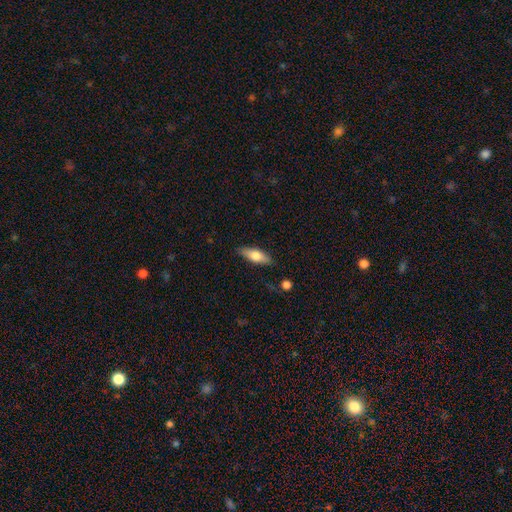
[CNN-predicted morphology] This appears to be a smooth galaxy with no disk features (66%) that is in between round and cigar-shaped (64%). Merging: none (84%).